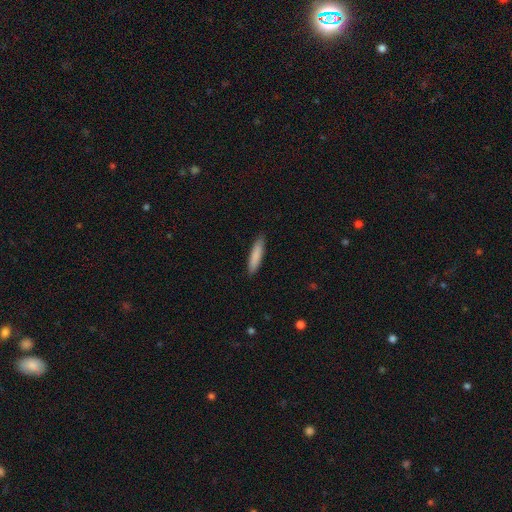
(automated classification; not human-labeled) Smooth or featured? Predicted: smooth (p=0.86). How rounded? Predicted: cigar-shaped (p=0.82). Merging? Predicted: none (p=0.89).